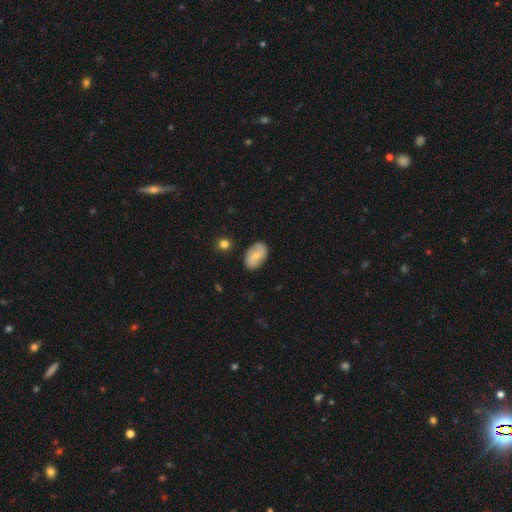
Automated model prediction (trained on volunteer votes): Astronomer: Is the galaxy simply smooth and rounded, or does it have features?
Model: smooth — 62%.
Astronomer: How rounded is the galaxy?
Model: in between — 90%.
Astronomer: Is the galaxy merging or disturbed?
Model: none — 83%.